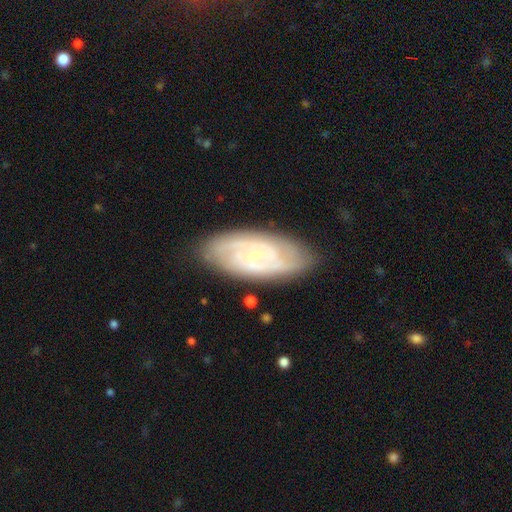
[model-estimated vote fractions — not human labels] The model was most divided on "spiral arm count": 2: 37%, can't tell: 33%, 3: 15%, 4: 6%, 1: 4%, more than 4: 4%. More confident: spiral arms — yes (93%); edge-on disk — no (93%); merging — none (80%); smooth or featured — featured or disk (75%); bulge size — small (72%); spiral winding — tight (58%); bar — no (54%).